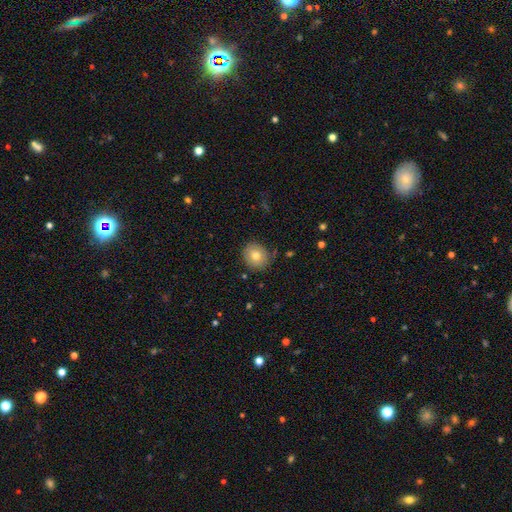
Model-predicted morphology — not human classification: smooth-or-featured: smooth: 76% | featured or disk: 14% | star or artifact: 9%
  how-rounded: round: 82% | in between: 17% | cigar-shaped: 1%
  merging: none: 83% | minor disturbance: 12% | major disturbance: 3% | merger: 2%